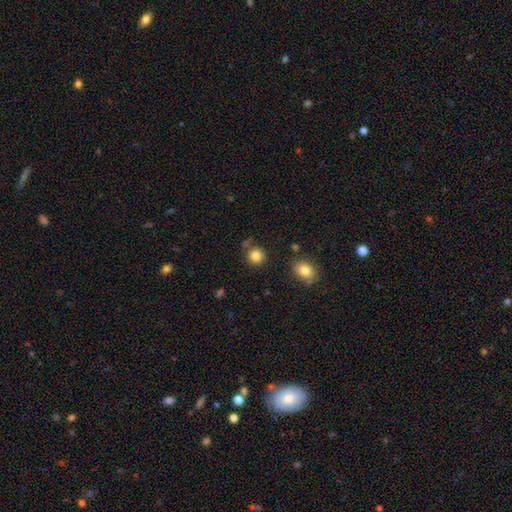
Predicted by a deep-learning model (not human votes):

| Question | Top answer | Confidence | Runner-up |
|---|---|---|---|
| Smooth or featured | smooth | 84% | star or artifact (11%) |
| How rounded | round | 90% | in between (9%) |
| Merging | none | 79% | minor disturbance (11%) |